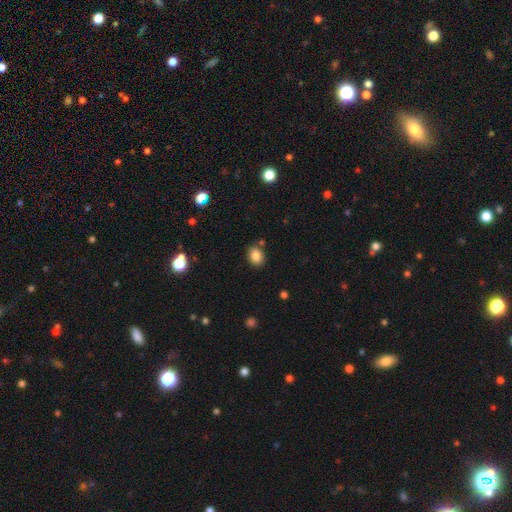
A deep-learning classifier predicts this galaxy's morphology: Overall: smooth (85%). How rounded: in between (55%; round 44%). Merging: none (79%).